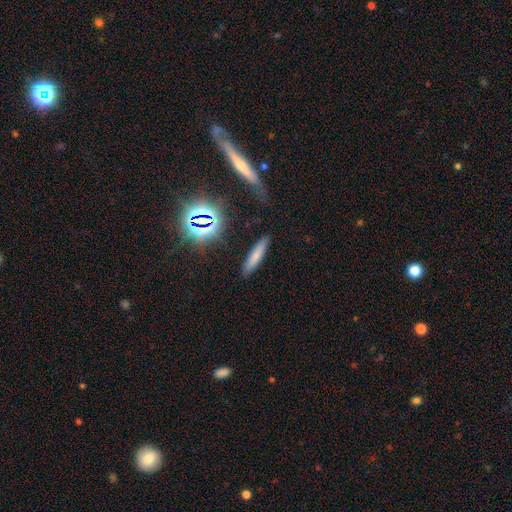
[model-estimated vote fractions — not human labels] Smooth or featured?
  - smooth: 71% *
  - featured or disk: 16%
  - star or artifact: 13%
How rounded?
  - cigar-shaped: 86% *
  - in between: 12%
  - round: 2%
Merging?
  - none: 87% *
  - minor disturbance: 9%
  - major disturbance: 3%
  - merger: 2%